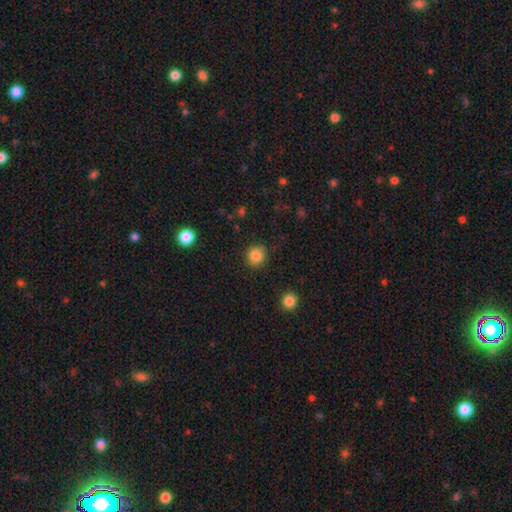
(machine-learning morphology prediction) Smooth or featured?
  - smooth: 84% *
  - star or artifact: 11%
  - featured or disk: 5%
How rounded?
  - round: 88% *
  - in between: 11%
  - cigar-shaped: 1%
Merging?
  - none: 84% *
  - minor disturbance: 11%
  - major disturbance: 3%
  - merger: 2%